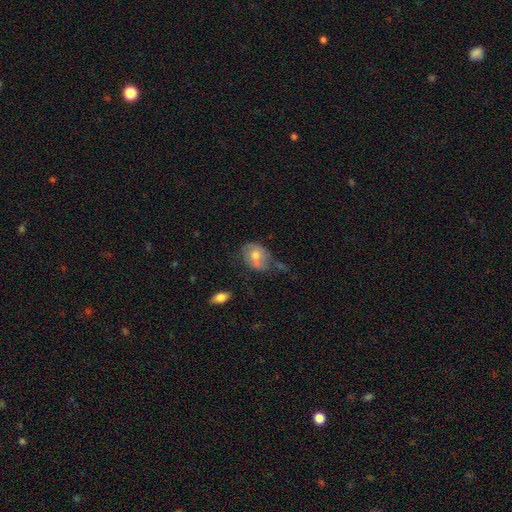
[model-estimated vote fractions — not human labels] This is possibly a smooth galaxy (51%). How rounded: likely in between (62%). Merging: marginally none (37%).